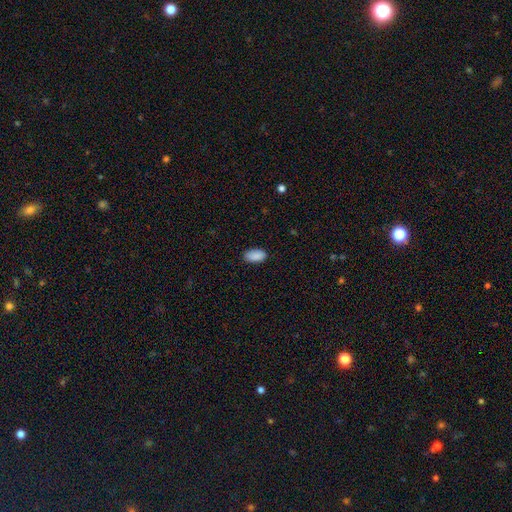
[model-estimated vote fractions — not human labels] smooth-or-featured: smooth: 90% | star or artifact: 7% | featured or disk: 3%
  how-rounded: in between: 95% | round: 3% | cigar-shaped: 2%
  merging: none: 87% | minor disturbance: 10% | major disturbance: 2% | merger: 1%